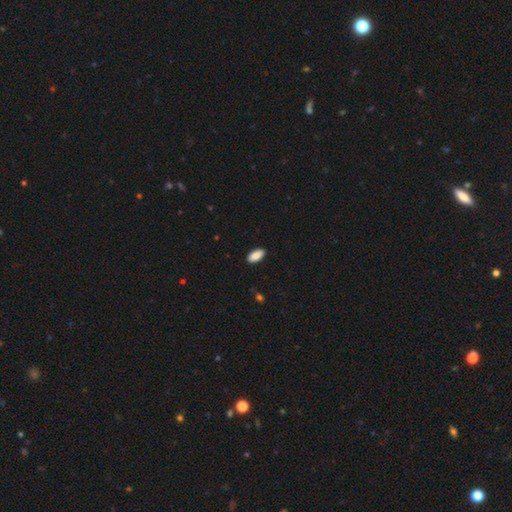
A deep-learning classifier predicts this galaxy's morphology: Smooth or featured? smooth (90%)
How rounded? in between (91%)
Merging? none (89%)